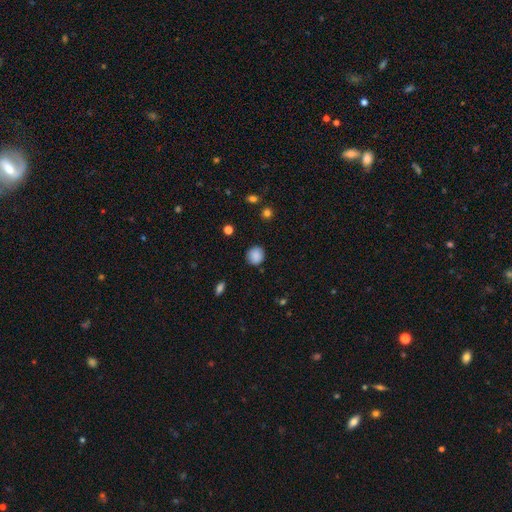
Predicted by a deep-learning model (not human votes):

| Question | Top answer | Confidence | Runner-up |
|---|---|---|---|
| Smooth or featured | smooth | 87% | star or artifact (9%) |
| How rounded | round | 86% | in between (13%) |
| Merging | none | 86% | minor disturbance (10%) |